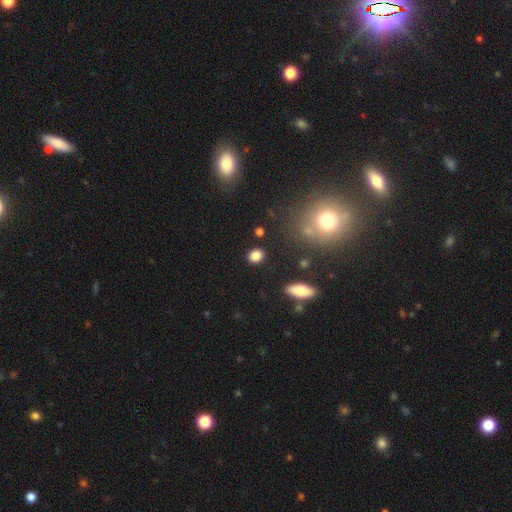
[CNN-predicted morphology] type=smooth (84%); roundness=round (62%); merging=none (86%).